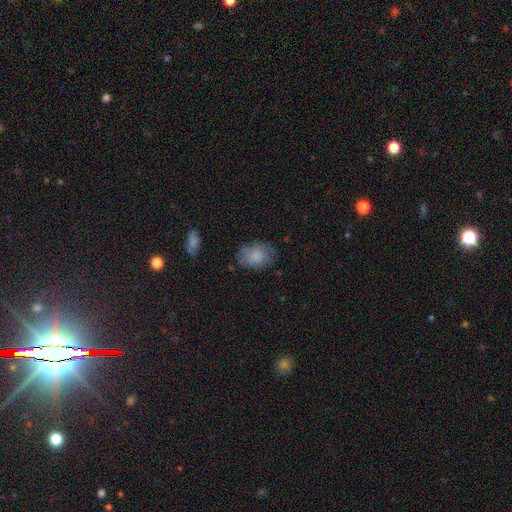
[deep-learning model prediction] smooth_or_featured: smooth (p=0.75) [alt: featured or disk p=0.17]
how_rounded: in between (p=0.71) [alt: round p=0.27]
merging: none (p=0.64) [alt: minor disturbance p=0.25]